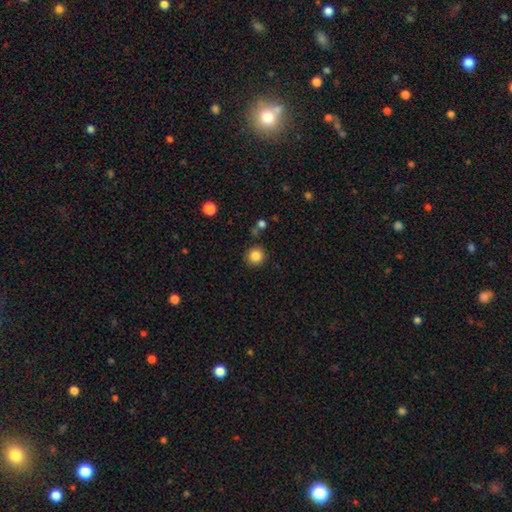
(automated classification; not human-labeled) This appears to be a smooth galaxy with no disk features (84%) that is round (93%). Merging: none (88%).